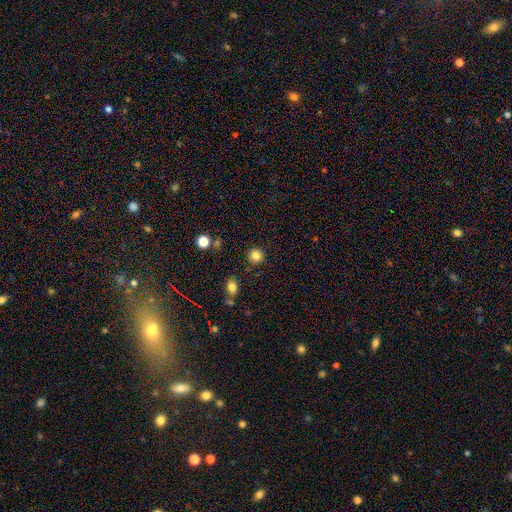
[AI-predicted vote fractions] smooth-or-featured: smooth: 84% | star or artifact: 11% | featured or disk: 4%
  how-rounded: round: 92% | in between: 7% | cigar-shaped: 1%
  merging: none: 88% | minor disturbance: 7% | merger: 3% | major disturbance: 2%